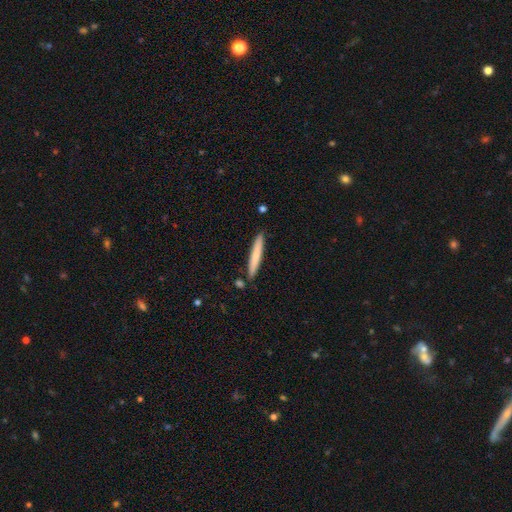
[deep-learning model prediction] Smooth or featured?
  - smooth: 73% *
  - featured or disk: 22%
  - star or artifact: 5%
How rounded?
  - cigar-shaped: 95% *
  - in between: 3%
  - round: 1%
Merging?
  - none: 88% *
  - minor disturbance: 8%
  - merger: 3%
  - major disturbance: 1%